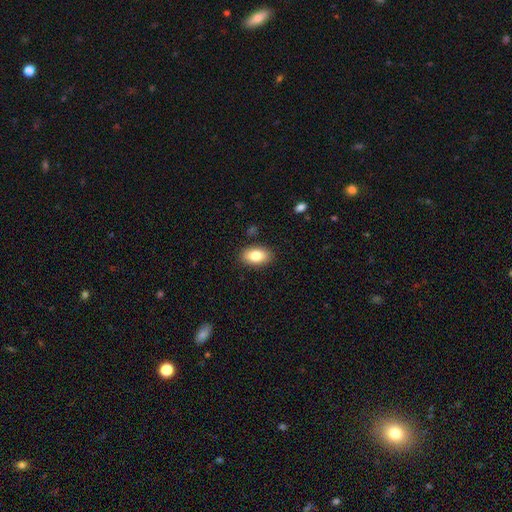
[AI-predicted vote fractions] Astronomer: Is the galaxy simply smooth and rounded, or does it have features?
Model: smooth — 82%.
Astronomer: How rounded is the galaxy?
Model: in between — 91%.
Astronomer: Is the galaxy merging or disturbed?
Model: none — 88%.